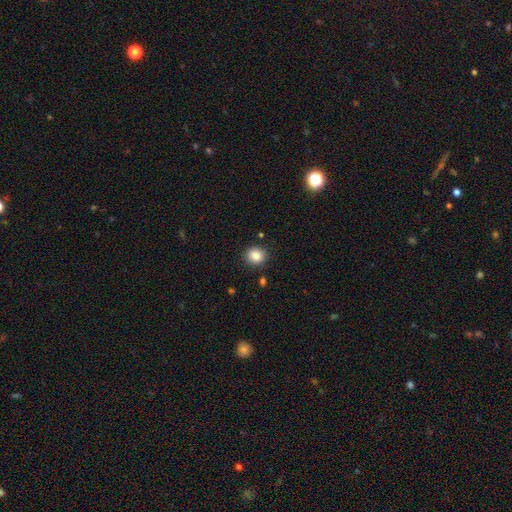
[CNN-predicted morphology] A smooth galaxy with no disk features (86%) that is round (81%). Merging: none (88%).